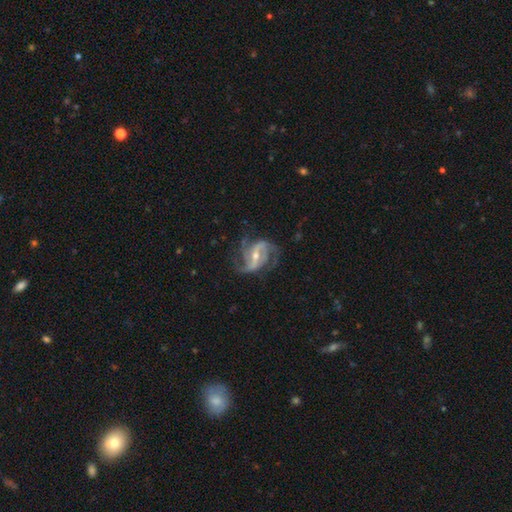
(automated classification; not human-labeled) This appears to be a featured or disk galaxy (91%) with a strong bar (47%), 3 (38%) medium (48%) spiral arms (98%) and a small central bulge (48%, tied with moderate). Merging: none (69%).